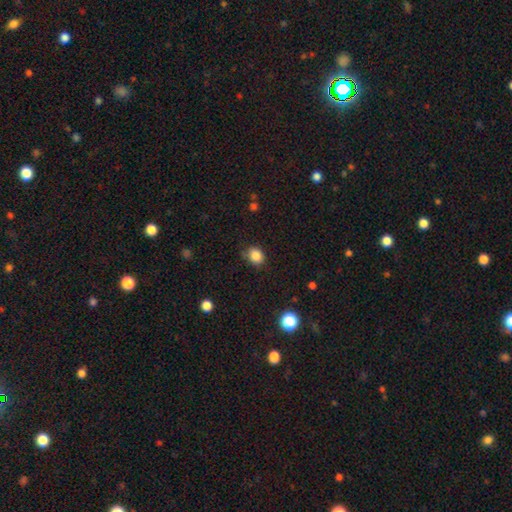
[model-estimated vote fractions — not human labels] This appears to be a smooth galaxy with no disk features (85%) that is round (57%). Merging: none (75%).